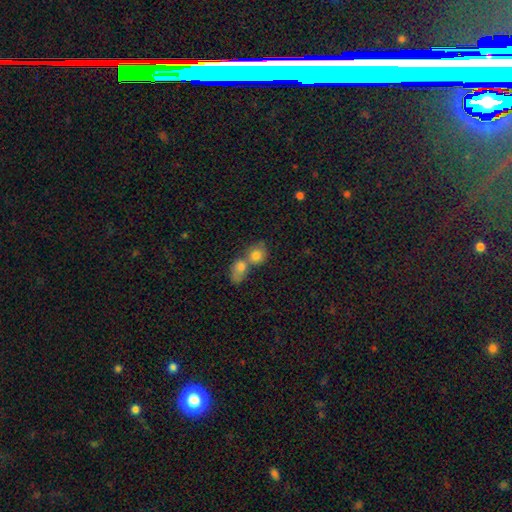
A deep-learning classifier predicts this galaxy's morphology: This is likely a smooth galaxy (79%). How rounded: likely round (71%). Merging: likely merger (67%).